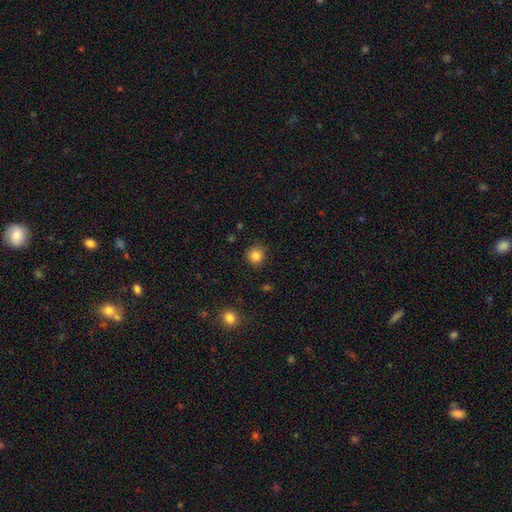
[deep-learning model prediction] smooth-or-featured: smooth: 85% | star or artifact: 11% | featured or disk: 4%
  how-rounded: round: 92% | in between: 7% | cigar-shaped: 1%
  merging: none: 88% | minor disturbance: 8% | major disturbance: 2% | merger: 1%